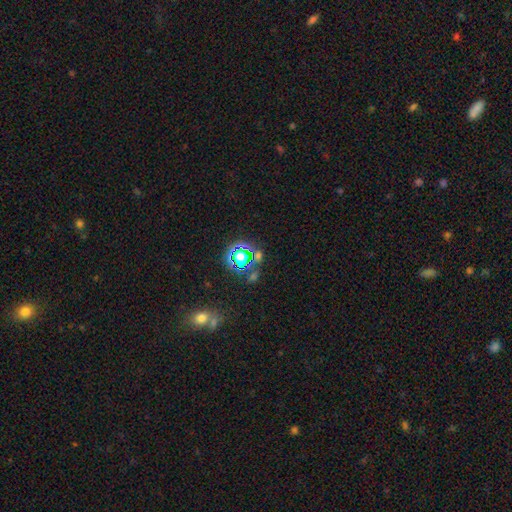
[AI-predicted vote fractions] Smooth or featured? Predicted: star or artifact (p=0.70).